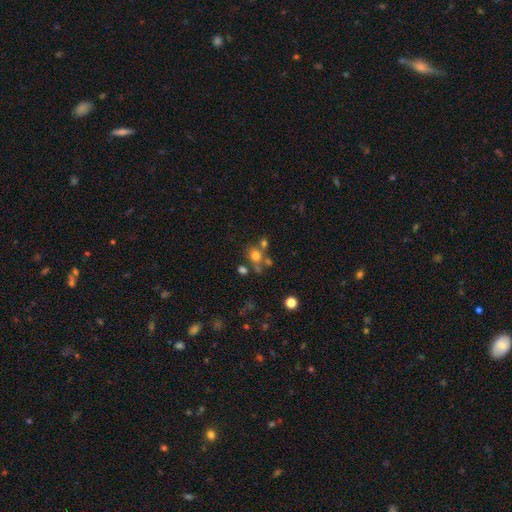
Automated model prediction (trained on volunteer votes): Q: Smooth or featured?
A: smooth (69%); runner-up: star or artifact (17%)
Q: How rounded?
A: round (76%); runner-up: in between (23%)
Q: Merging?
A: none (53%); runner-up: merger (28%)